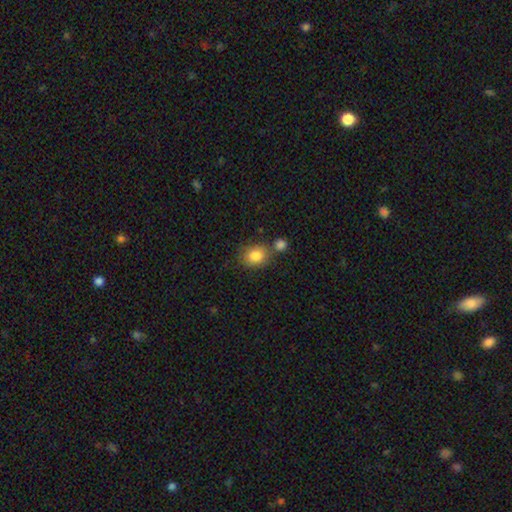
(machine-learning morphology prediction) Q: Smooth or featured?
A: smooth (84%); runner-up: star or artifact (9%)
Q: How rounded?
A: round (56%); runner-up: in between (43%)
Q: Merging?
A: none (62%); runner-up: merger (20%)